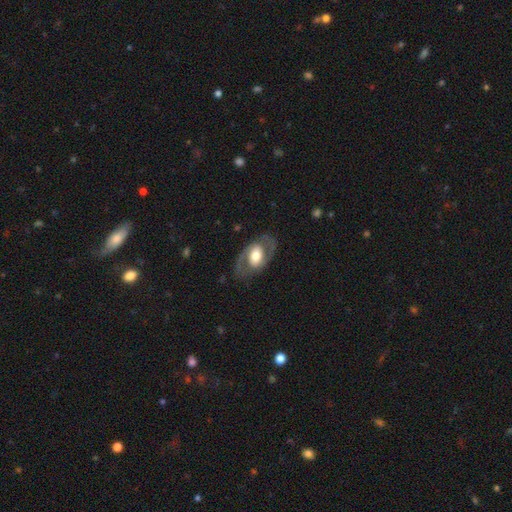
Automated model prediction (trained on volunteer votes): Smooth or featured?
  - featured or disk: 74% *
  - smooth: 21%
  - star or artifact: 5%
Edge-on disk?
  - no: 94% *
  - yes: 6%
Bar?
  - no: 44% *
  - weak: 36%
  - strong: 20%
Spiral arms?
  - yes: 75% *
  - no: 25%
Spiral winding?
  - medium: 54% *
  - loose: 24%
  - tight: 22%
Spiral arm count?
  - 2: 88% *
  - can't tell: 6%
  - 1: 3%
  - 3: 1%
  - 4: 1%
  - more than 4: 1%
Bulge size?
  - moderate: 51% *
  - large: 37%
  - small: 7%
  - dominant: 4%
  - none: 1%
Merging?
  - none: 78% *
  - minor disturbance: 13%
  - major disturbance: 8%
  - merger: 1%